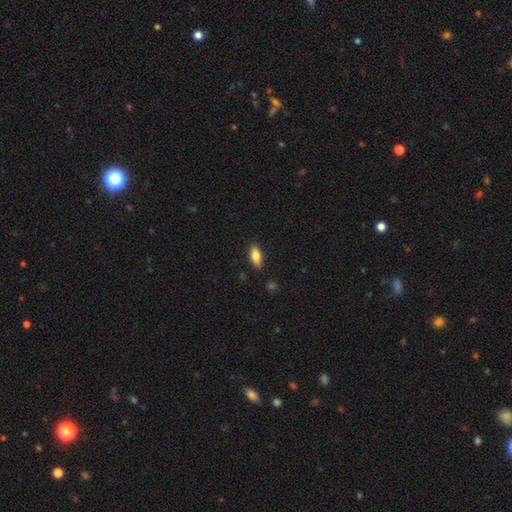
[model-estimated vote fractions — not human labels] A smooth galaxy with no disk features (80%) that is in between round and cigar-shaped (81%). Merging: none (87%).